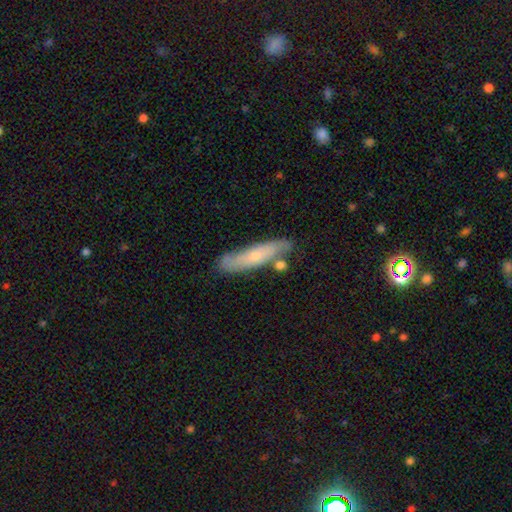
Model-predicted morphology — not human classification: smooth-or-featured: smooth: 52% | featured or disk: 42% | star or artifact: 6%
  how-rounded: cigar-shaped: 74% | in between: 24% | round: 2%
  merging: none: 67% | minor disturbance: 19% | merger: 10% | major disturbance: 4%